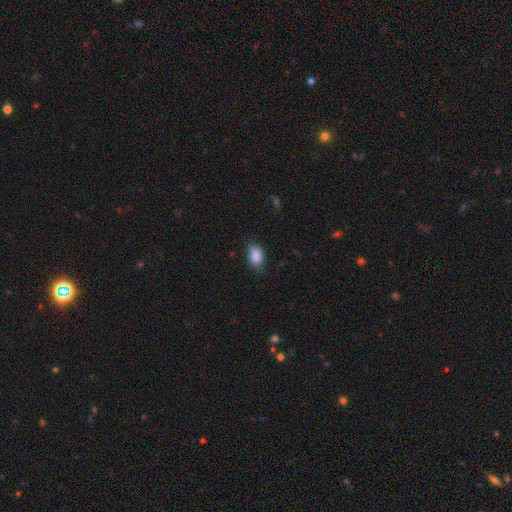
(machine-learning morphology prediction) Q: Smooth or featured?
A: smooth (88%); runner-up: star or artifact (8%)
Q: How rounded?
A: in between (88%); runner-up: round (11%)
Q: Merging?
A: none (78%); runner-up: minor disturbance (17%)